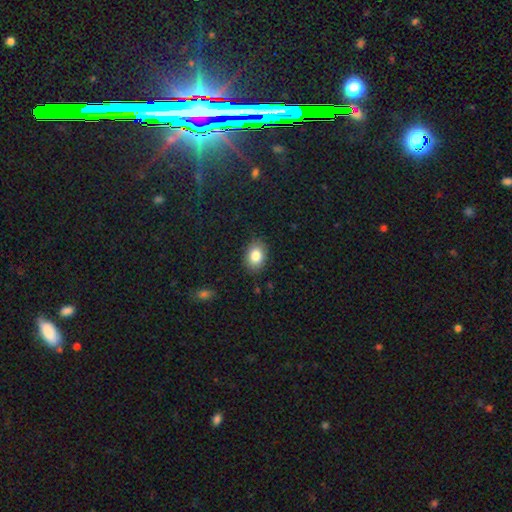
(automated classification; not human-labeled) smooth 83%, star or artifact 9%, featured or disk 8%. Down the decision tree: how rounded — in between (71%); merging — none (87%).